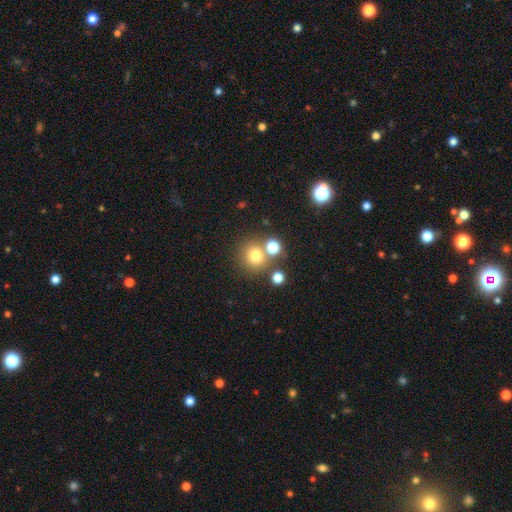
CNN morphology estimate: smooth-or-featured: smooth: 74% | star or artifact: 16% | featured or disk: 10%
  how-rounded: round: 91% | in between: 8% | cigar-shaped: 1%
  merging: none: 68% | merger: 20% | minor disturbance: 8% | major disturbance: 4%